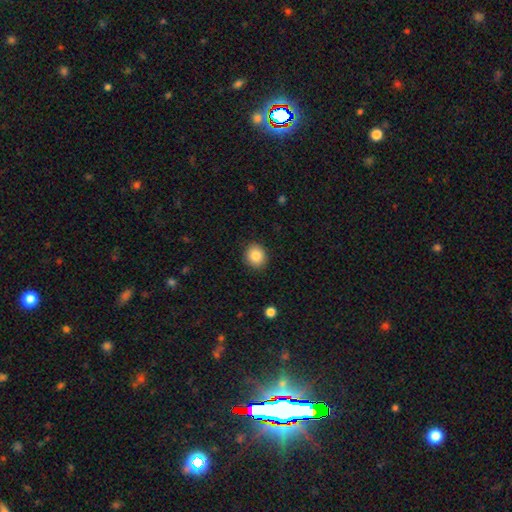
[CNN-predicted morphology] smooth 84%, star or artifact 9%, featured or disk 6%. Down the decision tree: how rounded — round (78%); merging — none (89%).